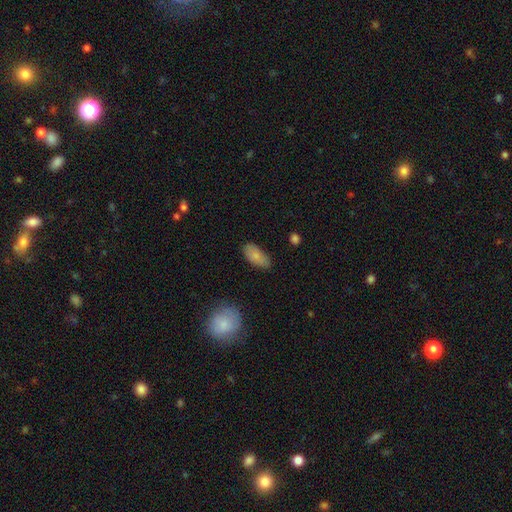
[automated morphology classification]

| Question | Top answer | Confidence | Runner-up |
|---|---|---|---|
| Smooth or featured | smooth | 81% | featured or disk (12%) |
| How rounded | in between | 90% | cigar-shaped (8%) |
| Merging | none | 76% | minor disturbance (18%) |